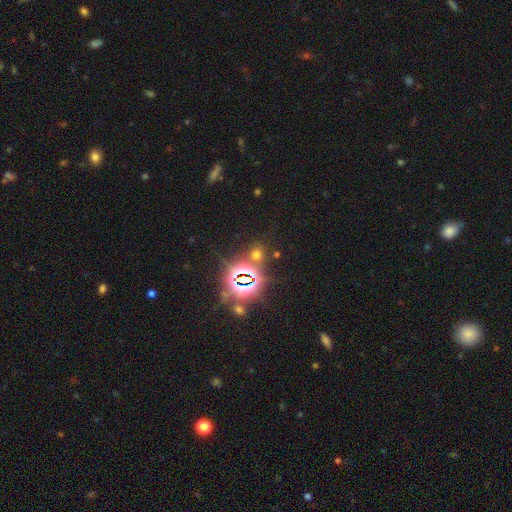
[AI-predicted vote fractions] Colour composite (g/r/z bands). It shows a star or artifact, not a galaxy (69%).